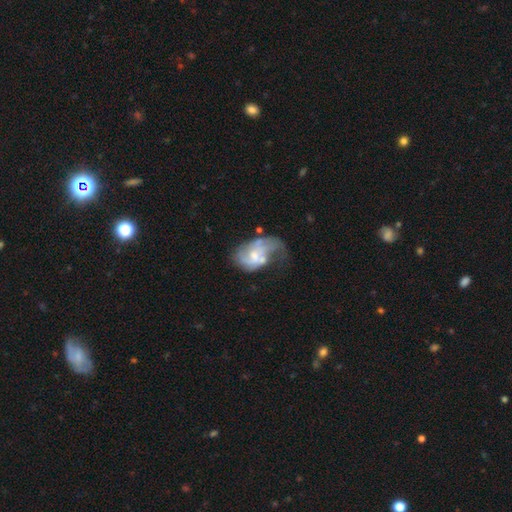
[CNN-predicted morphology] This appears to be a featured or disk galaxy (67%) with no bar (60%), spiral arms (69%) and a moderate central bulge (46%). Merging: major disturbance (45%).